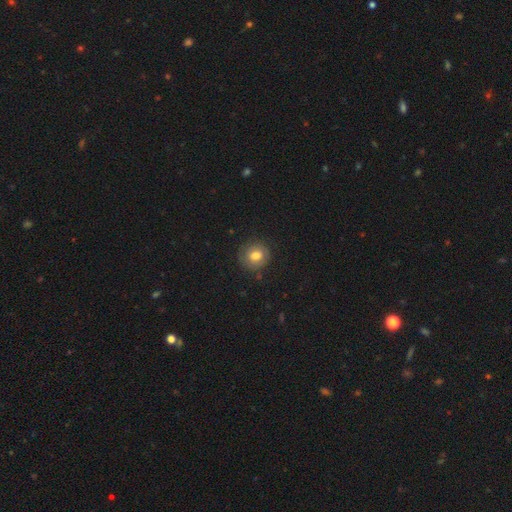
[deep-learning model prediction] Smooth or featured: smooth — 74% (featured or disk — 17%)
How rounded: round — 83% (in between — 16%)
Merging: none — 82% (minor disturbance — 13%)